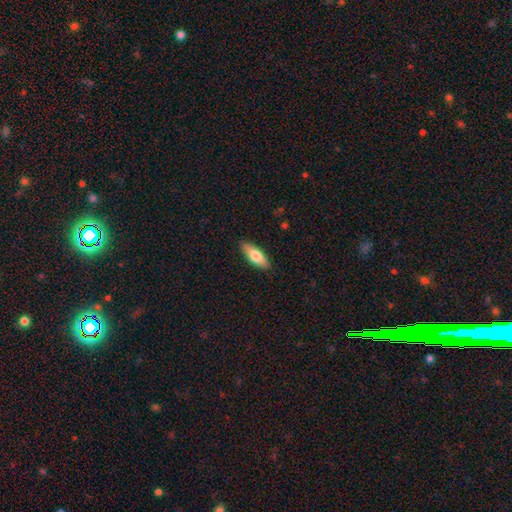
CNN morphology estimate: type=smooth (75%); roundness=in between (63%); merging=none (88%).